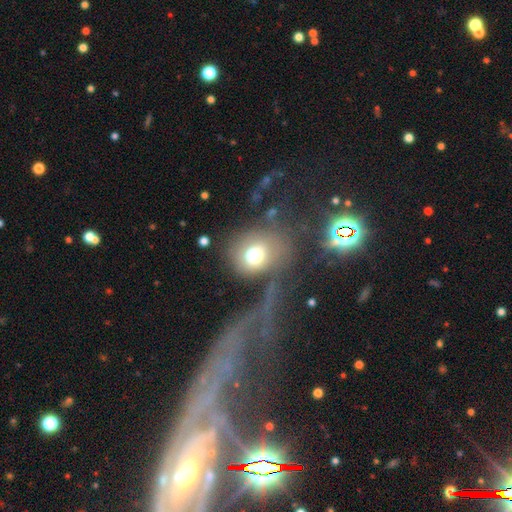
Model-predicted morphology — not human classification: Smooth or featured? Predicted: smooth (p=0.55). How rounded? Predicted: round (p=0.72). Merging? Predicted: major disturbance (p=0.49).